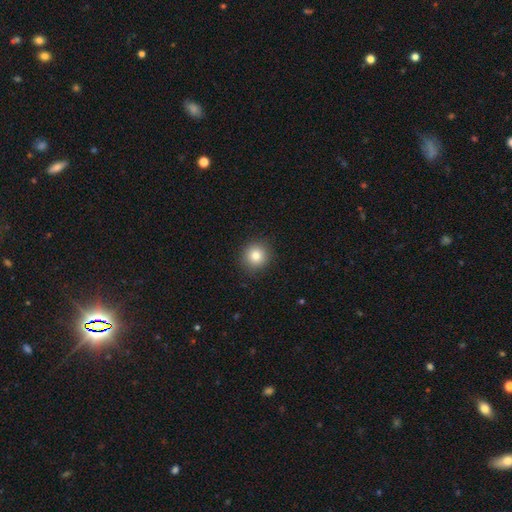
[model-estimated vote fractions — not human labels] Smooth or featured?
  - smooth: 81% *
  - star or artifact: 11%
  - featured or disk: 7%
How rounded?
  - round: 93% *
  - in between: 6%
  - cigar-shaped: 1%
Merging?
  - none: 91% *
  - minor disturbance: 6%
  - major disturbance: 2%
  - merger: 1%